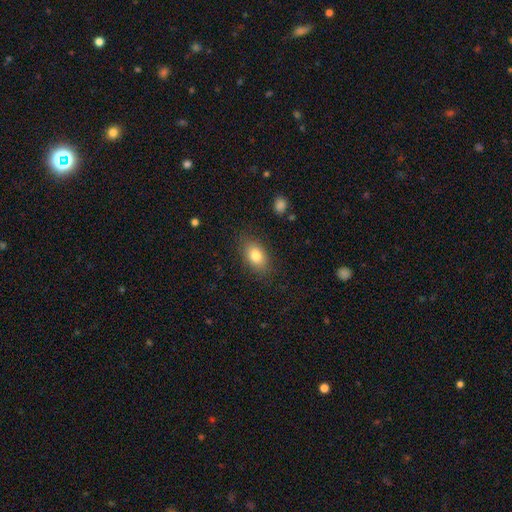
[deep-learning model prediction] Overall: smooth (80%). How rounded: in between (85%). Merging: none (83%).